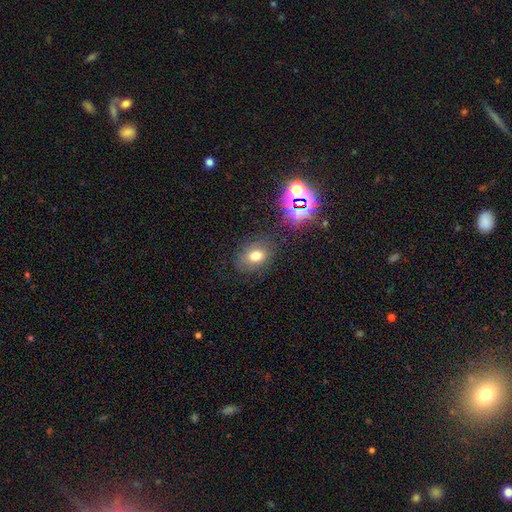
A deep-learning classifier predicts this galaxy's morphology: Smooth or featured? Predicted: smooth (p=0.69). How rounded? Predicted: in between (p=0.65). Merging? Predicted: none (p=0.76).